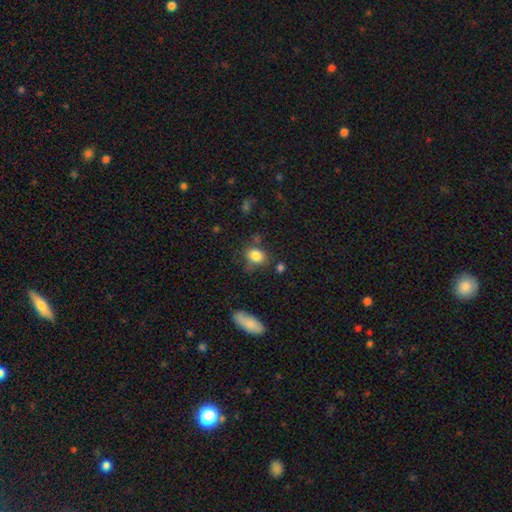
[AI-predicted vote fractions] Smooth or featured?
  - smooth: 84% *
  - star or artifact: 10%
  - featured or disk: 7%
How rounded?
  - in between: 53% *
  - round: 46%
  - cigar-shaped: 2%
Merging?
  - none: 66% *
  - minor disturbance: 21%
  - major disturbance: 7%
  - merger: 7%